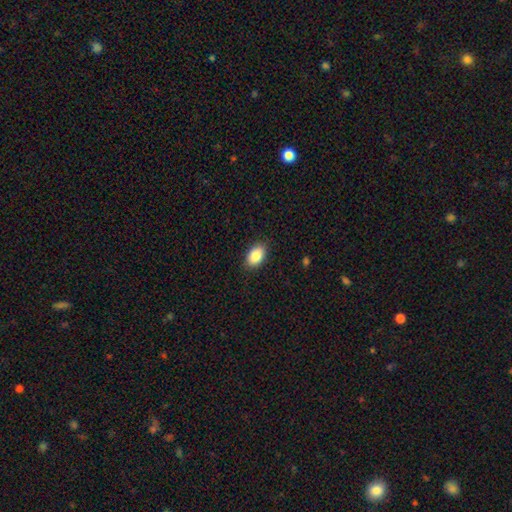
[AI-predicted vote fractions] Q: Smooth or featured?
A: smooth (87%); runner-up: star or artifact (7%)
Q: How rounded?
A: in between (89%); runner-up: round (10%)
Q: Merging?
A: none (88%); runner-up: minor disturbance (9%)